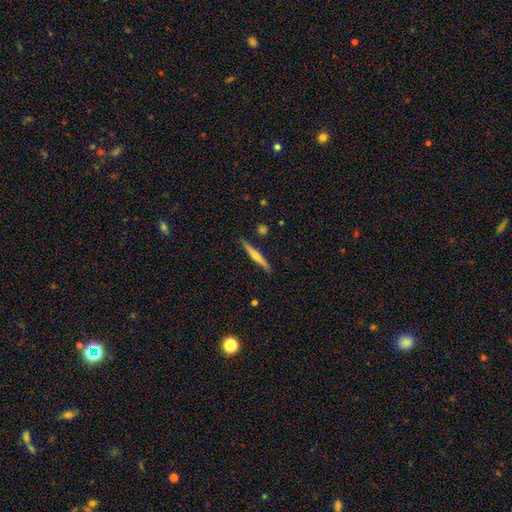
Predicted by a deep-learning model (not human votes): Smooth or featured: smooth — 48% (featured or disk — 46%)
Merging: none — 86% (minor disturbance — 10%)